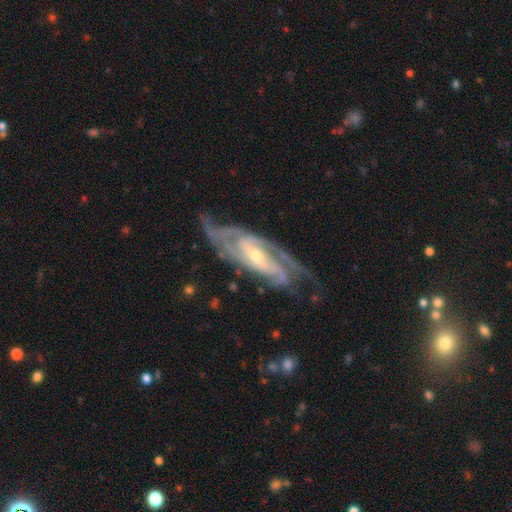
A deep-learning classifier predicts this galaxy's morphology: Smooth or featured? Predicted: featured or disk (p=0.90). Edge-on disk? Predicted: no (p=0.90). Bar? Predicted: no (p=0.50). Spiral arms? Predicted: yes (p=0.97). Spiral winding? Predicted: tight (p=0.55). Spiral arm count? Predicted: 2 (p=0.39). Bulge size? Predicted: small (p=0.59). Merging? Predicted: none (p=0.69).